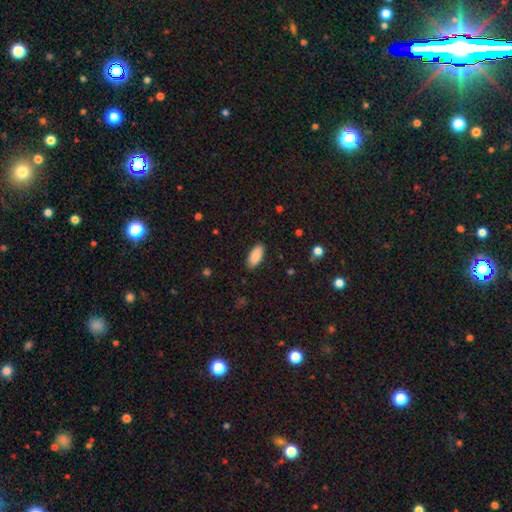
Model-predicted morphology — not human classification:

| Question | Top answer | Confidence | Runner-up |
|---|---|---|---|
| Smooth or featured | smooth | 87% | star or artifact (6%) |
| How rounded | in between | 89% | cigar-shaped (10%) |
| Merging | none | 88% | minor disturbance (9%) |